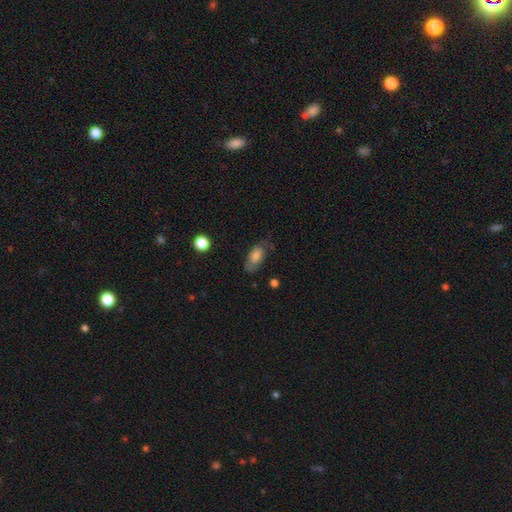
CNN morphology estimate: A smooth galaxy with no disk features (68%) that is in between round and cigar-shaped (88%). Merging: none (59%).